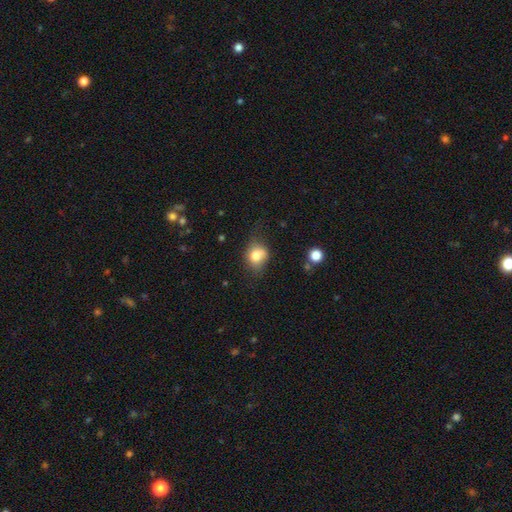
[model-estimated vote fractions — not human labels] Morphology: type=smooth (77%); roundness=round (56%); merging=none (51%).